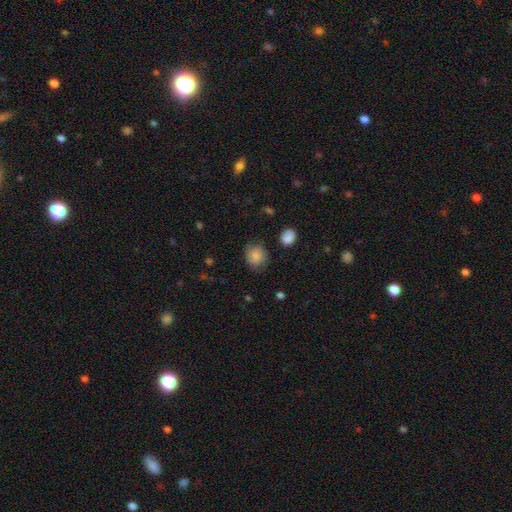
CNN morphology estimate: This is clearly a smooth galaxy (81%). How rounded: likely round (72%). Merging: likely none (73%).